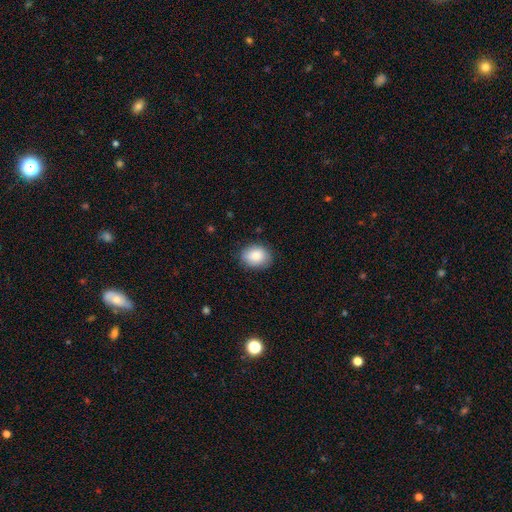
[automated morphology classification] smooth 86%, featured or disk 8%, star or artifact 7%. Down the decision tree: how rounded — in between (58%); merging — none (83%).